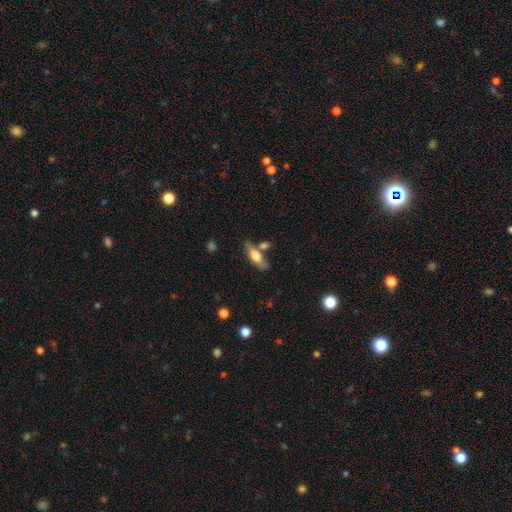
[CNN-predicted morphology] smooth 65%, featured or disk 29%, star or artifact 6%. Down the decision tree: how rounded — in between (54%); merging — none (63%).